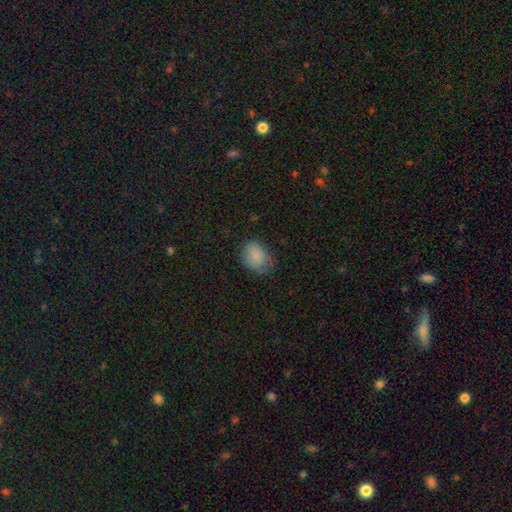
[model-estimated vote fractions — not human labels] This is clearly a smooth galaxy (85%). How rounded: likely in between (69%). Merging: likely none (68%).